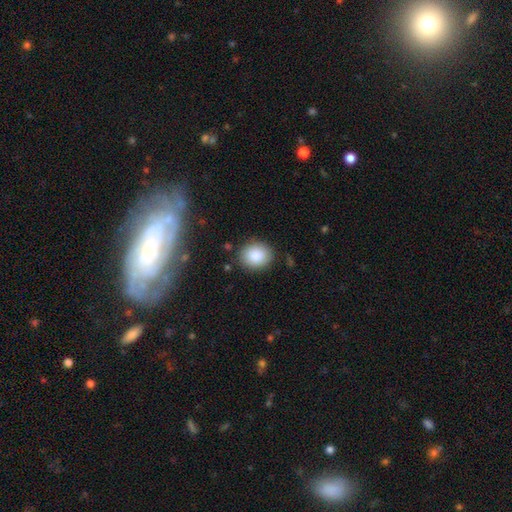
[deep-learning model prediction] A smooth galaxy with no disk features (87%) that is round (74%). Merging: none (86%).